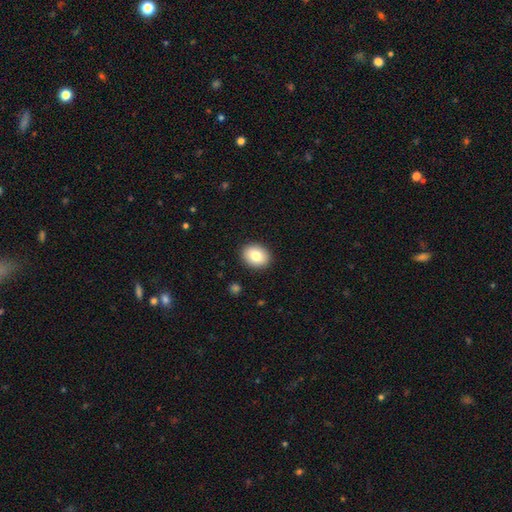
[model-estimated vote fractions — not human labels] Overall: smooth (81%). How rounded: in between (54%; round 46%). Merging: none (90%).